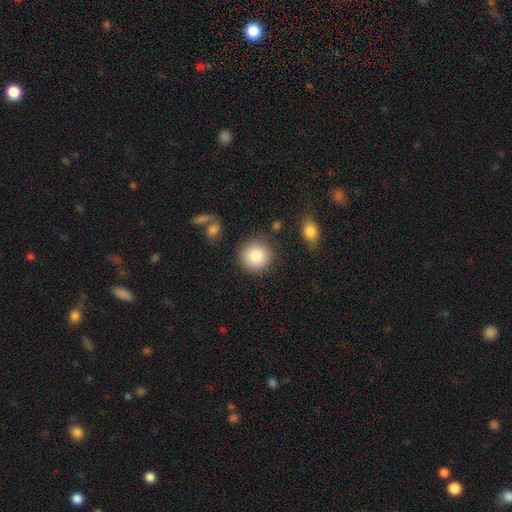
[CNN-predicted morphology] smooth_or_featured: smooth (p=0.87) [alt: star or artifact p=0.08]
how_rounded: round (p=0.92) [alt: in between p=0.07]
merging: none (p=0.85) [alt: minor disturbance p=0.09]